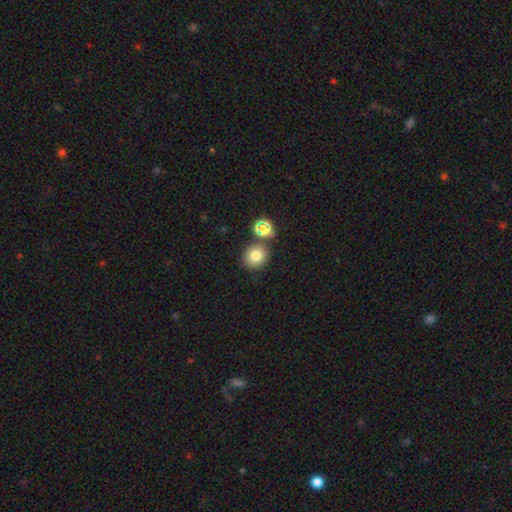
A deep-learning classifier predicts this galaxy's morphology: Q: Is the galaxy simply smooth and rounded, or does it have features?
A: smooth — 76%.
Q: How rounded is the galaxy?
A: round — 87%.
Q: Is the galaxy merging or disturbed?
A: none — 76%.